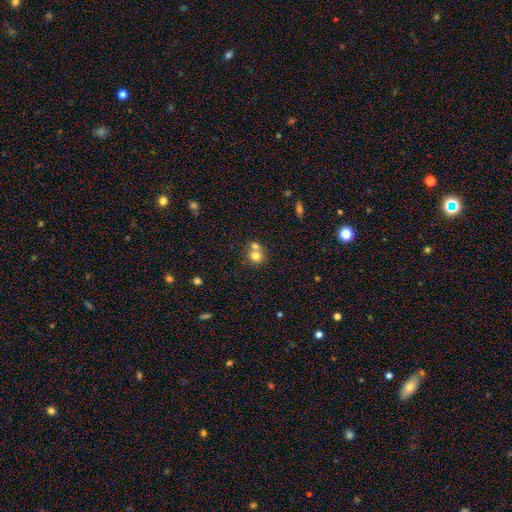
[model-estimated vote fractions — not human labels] Smooth or featured: smooth — 76% (featured or disk — 13%)
How rounded: round — 79% (in between — 20%)
Merging: merger — 51% (none — 40%)